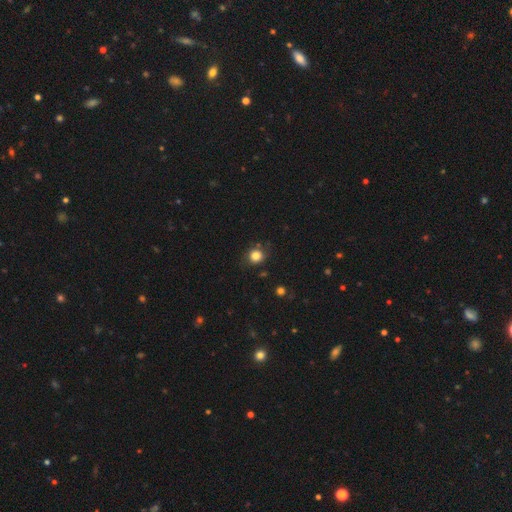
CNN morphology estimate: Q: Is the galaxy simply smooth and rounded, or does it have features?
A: smooth — 82%.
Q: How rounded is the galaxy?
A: round — 81%.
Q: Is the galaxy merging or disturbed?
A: none — 79%.